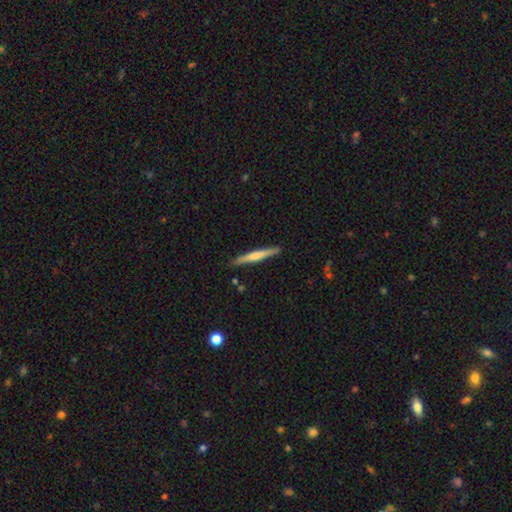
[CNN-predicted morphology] smooth 50%, featured or disk 45%, star or artifact 5%. Down the decision tree: how rounded — cigar-shaped (96%); merging — none (88%).